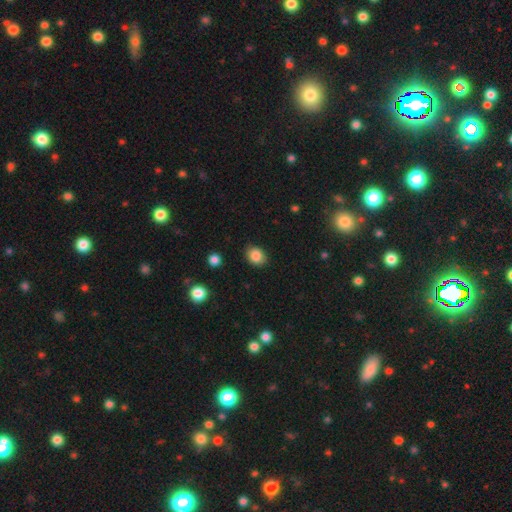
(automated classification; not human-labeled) Smooth or featured: smooth — 86% (star or artifact — 9%)
How rounded: in between — 52% (round — 47%)
Merging: none — 85% (minor disturbance — 11%)